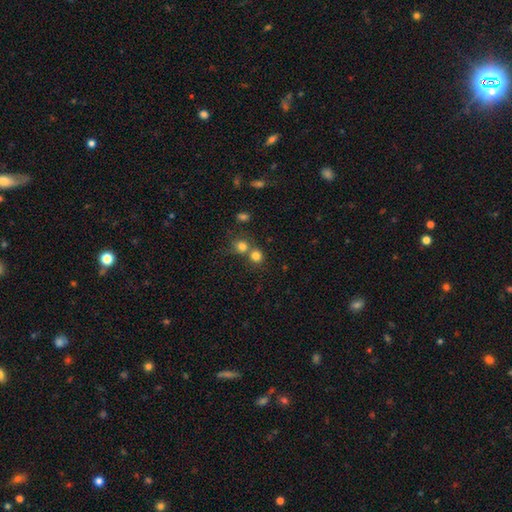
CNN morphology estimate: Smooth or featured? Predicted: smooth (p=0.79). How rounded? Predicted: round (p=0.87). Merging? Predicted: none (p=0.52).